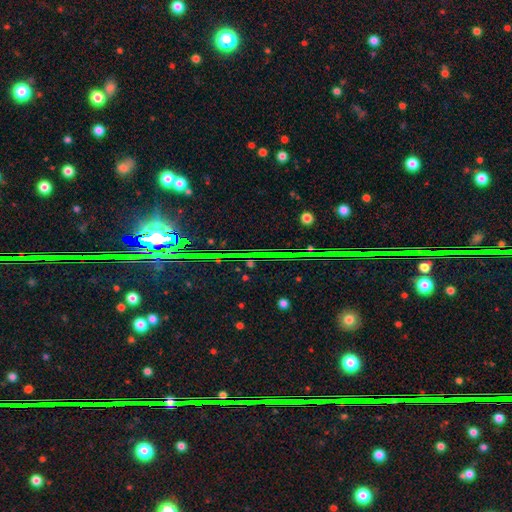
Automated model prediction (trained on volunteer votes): Smooth or featured: star or artifact — 82% (smooth — 10%)